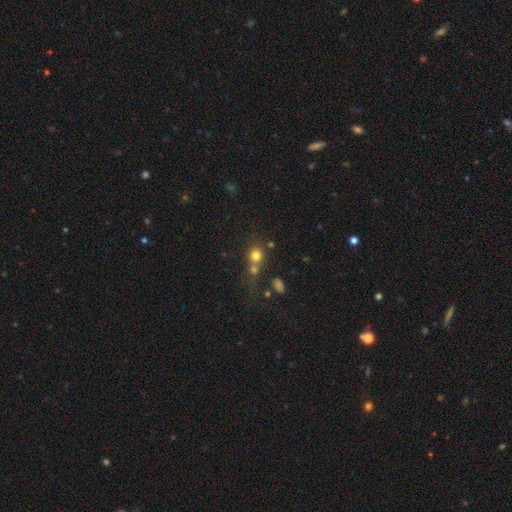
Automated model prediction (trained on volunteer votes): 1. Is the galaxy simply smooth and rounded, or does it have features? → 73% smooth, 16% star or artifact, 11% featured or disk.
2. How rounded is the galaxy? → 85% round, 13% in between, 1% cigar-shaped.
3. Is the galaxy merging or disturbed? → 46% none, 41% merger, 8% minor disturbance, 5% major disturbance.